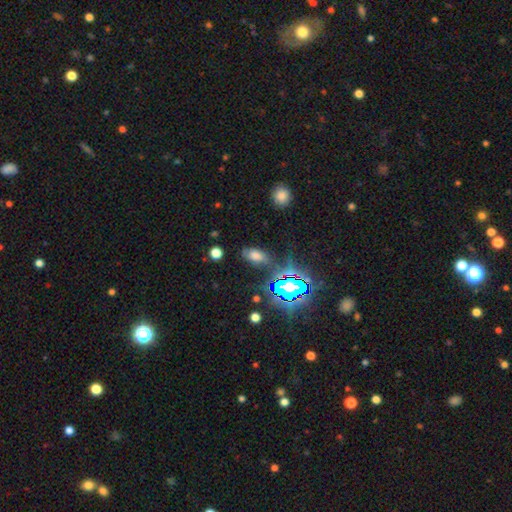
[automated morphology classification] A smooth galaxy with no disk features (54%) that is in between round and cigar-shaped (87%).

Vote fractions:
- Smooth or featured? smooth: 54% / star or artifact: 30% / featured or disk: 16%
- How rounded? in between: 87% / round: 8% / cigar-shaped: 5%
- Merging? none: 68% / minor disturbance: 20% / major disturbance: 9% / merger: 4%